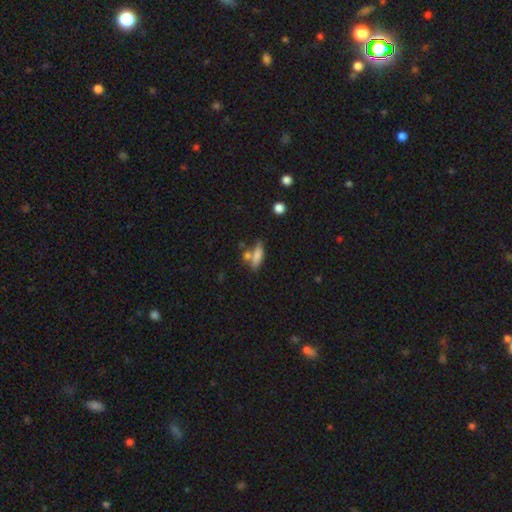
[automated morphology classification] A smooth galaxy with no disk features (75%) that is cigar-shaped (51%).

Vote fractions:
- Smooth or featured? smooth: 75% / featured or disk: 17% / star or artifact: 8%
- How rounded? cigar-shaped: 51% / in between: 46% / round: 4%
- Merging? none: 54% / merger: 24% / minor disturbance: 16% / major disturbance: 6%